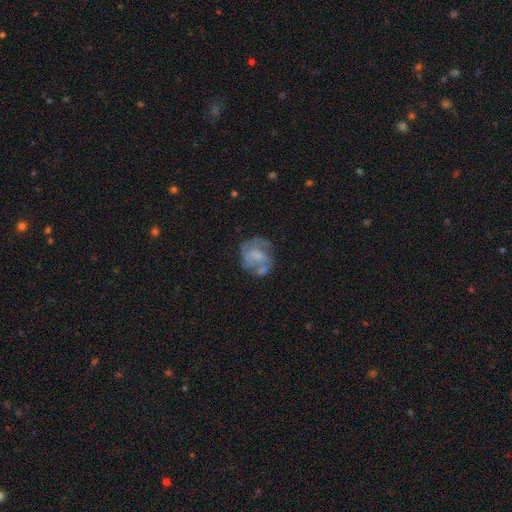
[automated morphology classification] Smooth or featured?
  - featured or disk: 58% *
  - smooth: 33%
  - star or artifact: 8%
Edge-on disk?
  - no: 98% *
  - yes: 2%
Bar?
  - no: 59% *
  - weak: 33%
  - strong: 8%
Spiral arms?
  - yes: 58% *
  - no: 42%
Bulge size?
  - none: 38% *
  - moderate: 28%
  - small: 23%
  - large: 9%
  - dominant: 2%
Merging?
  - none: 49% *
  - minor disturbance: 22%
  - major disturbance: 19%
  - merger: 9%